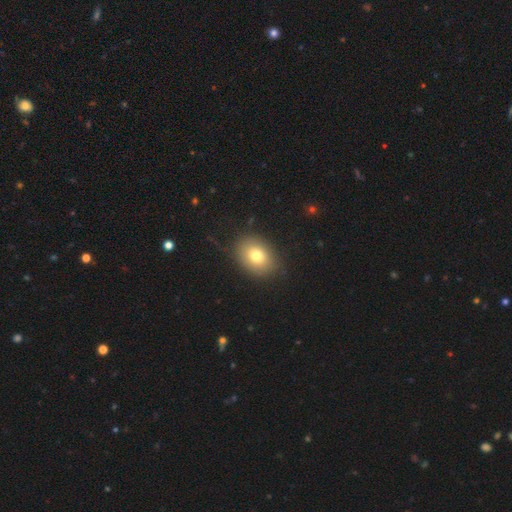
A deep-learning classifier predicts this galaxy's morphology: type=smooth (76%); roundness=in between (65%); merging=none (85%).